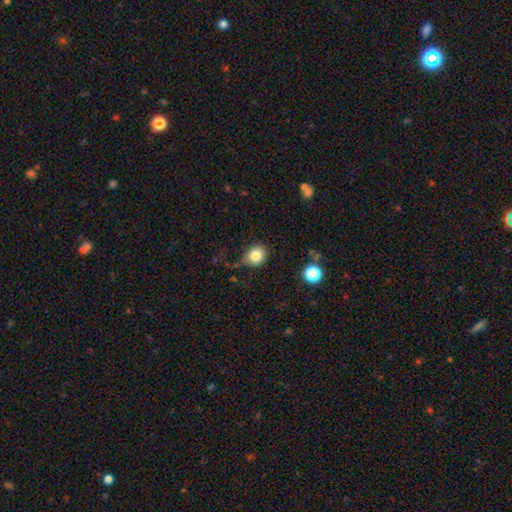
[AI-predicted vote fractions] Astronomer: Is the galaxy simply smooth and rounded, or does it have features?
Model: smooth — 83%.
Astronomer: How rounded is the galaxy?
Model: round — 66%.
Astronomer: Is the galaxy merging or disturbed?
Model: none — 79%.